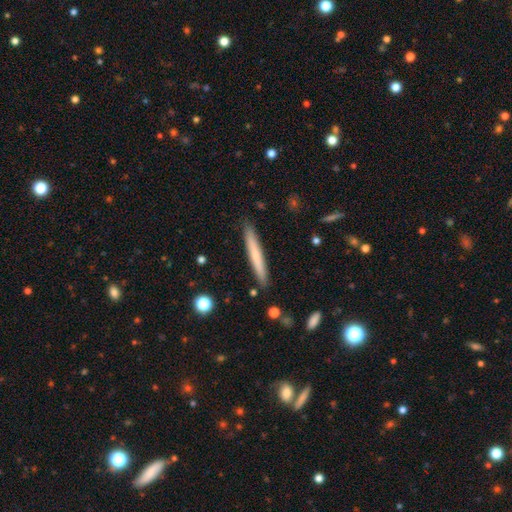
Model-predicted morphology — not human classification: Q: Smooth or featured?
A: smooth (62%); runner-up: featured or disk (33%)
Q: How rounded?
A: cigar-shaped (96%); runner-up: in between (3%)
Q: Merging?
A: none (90%); runner-up: minor disturbance (7%)